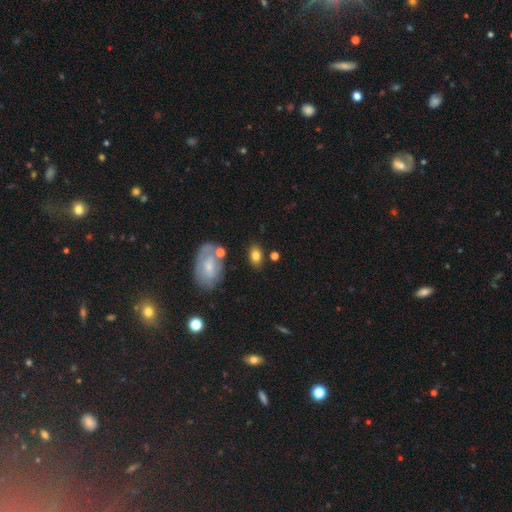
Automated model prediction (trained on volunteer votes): smooth 79%, featured or disk 12%, star or artifact 9%. Down the decision tree: how rounded — in between (82%); merging — none (76%).